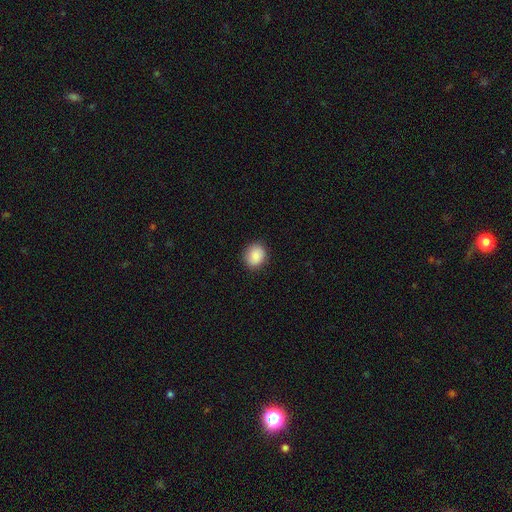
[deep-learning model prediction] smooth_or_featured: smooth (p=0.88) [alt: star or artifact p=0.08]
how_rounded: round (p=0.71) [alt: in between p=0.28]
merging: none (p=0.88) [alt: minor disturbance p=0.09]